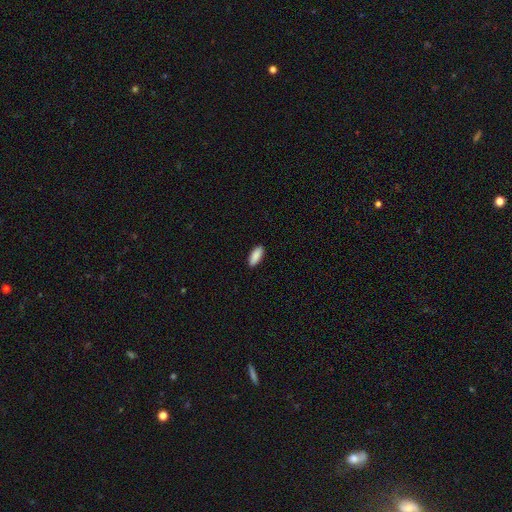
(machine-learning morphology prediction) smooth 90%, star or artifact 6%, featured or disk 4%. Down the decision tree: how rounded — in between (80%); merging — none (90%).